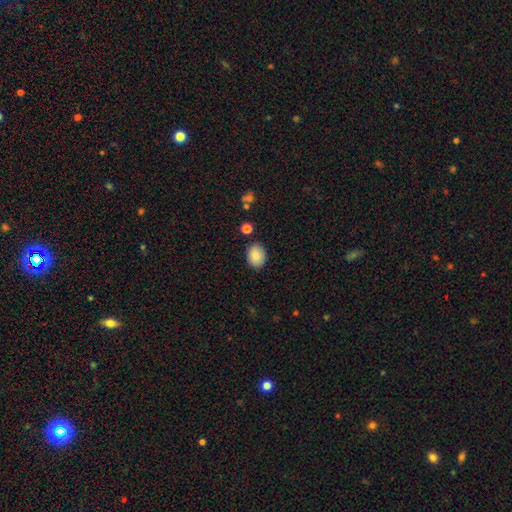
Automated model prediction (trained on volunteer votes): Q: Smooth or featured?
A: smooth (87%); runner-up: star or artifact (8%)
Q: How rounded?
A: in between (62%); runner-up: round (37%)
Q: Merging?
A: none (85%); runner-up: minor disturbance (10%)